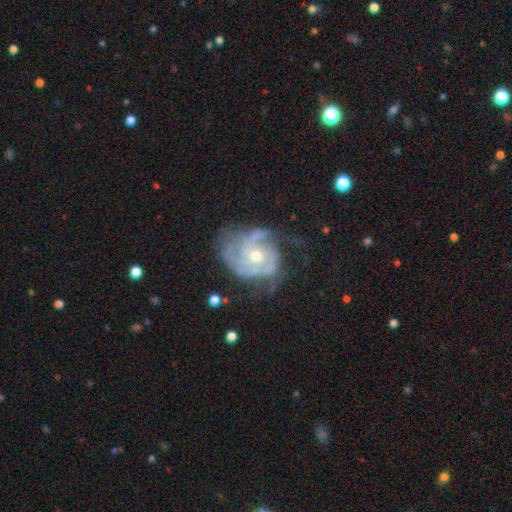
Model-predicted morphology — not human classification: Smooth or featured: featured or disk — 89% (smooth — 6%)
Edge-on disk: no — 98% (yes — 2%)
Bar: no — 76% (weak — 19%)
Spiral arms: yes — 96% (no — 4%)
Spiral winding: tight — 62% (medium — 31%)
Spiral arm count: 3 — 36% (can't tell — 21%)
Bulge size: moderate — 53% (small — 44%)
Merging: none — 58% (minor disturbance — 25%)